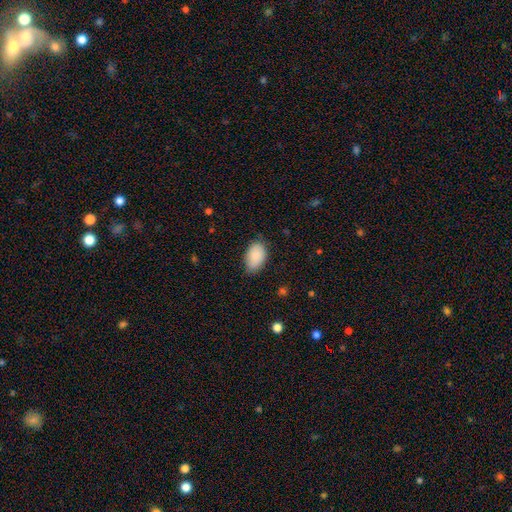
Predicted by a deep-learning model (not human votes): Smooth or featured? smooth (88%)
How rounded? in between (91%)
Merging? none (72%)